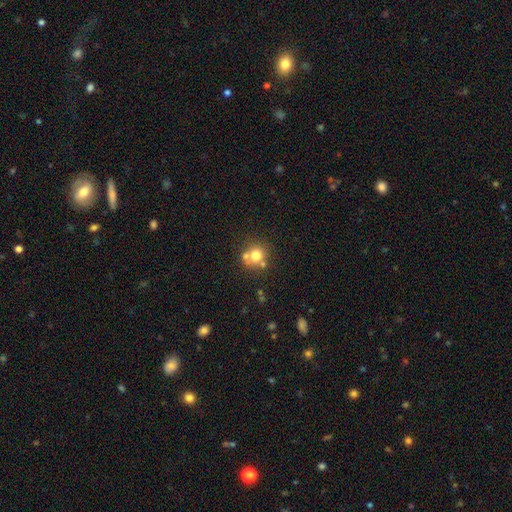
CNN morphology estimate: smooth 70%, featured or disk 17%, star or artifact 13%. Down the decision tree: how rounded — round (86%); merging — none (55%).